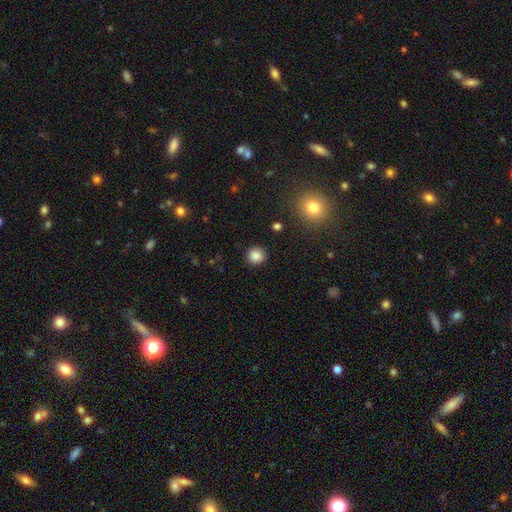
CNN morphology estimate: smooth_or_featured: smooth (p=0.86) [alt: star or artifact p=0.11]
how_rounded: round (p=0.92) [alt: in between p=0.07]
merging: none (p=0.91) [alt: minor disturbance p=0.05]